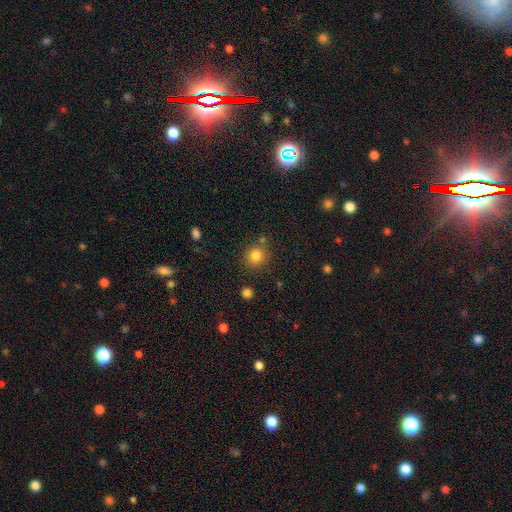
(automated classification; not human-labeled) A smooth galaxy with no disk features (83%) that is round (89%). Merging: none (81%).